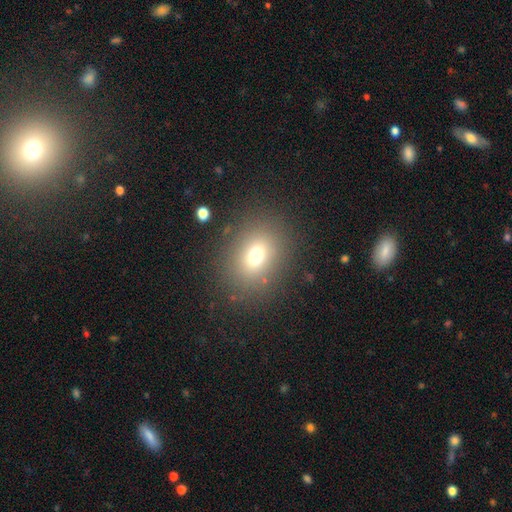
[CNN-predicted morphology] Smooth or featured?
  - smooth: 71% *
  - star or artifact: 16%
  - featured or disk: 12%
How rounded?
  - round: 53% *
  - in between: 46%
  - cigar-shaped: 1%
Merging?
  - none: 84% *
  - minor disturbance: 9%
  - major disturbance: 5%
  - merger: 2%